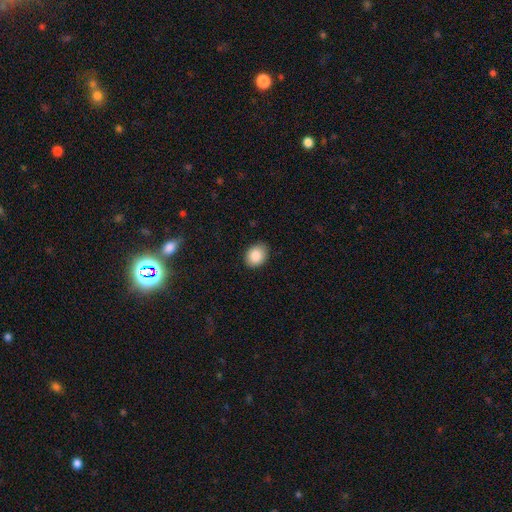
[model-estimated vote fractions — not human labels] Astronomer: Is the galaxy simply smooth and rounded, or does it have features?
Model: smooth — 87%.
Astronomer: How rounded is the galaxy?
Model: in between — 56% (runner-up: round, 43%).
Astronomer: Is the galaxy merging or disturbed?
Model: none — 87%.